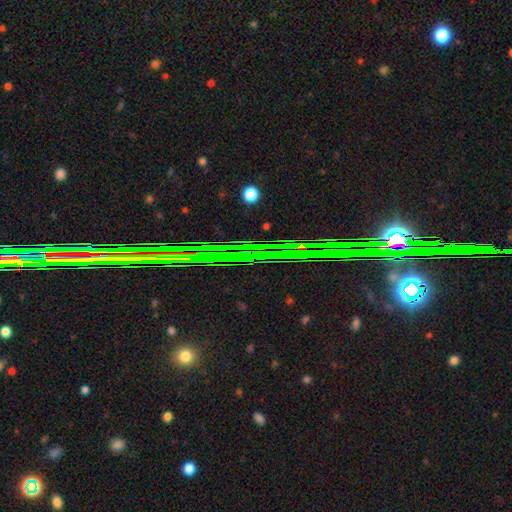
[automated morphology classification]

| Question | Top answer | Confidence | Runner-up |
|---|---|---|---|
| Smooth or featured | star or artifact | 79% | featured or disk (11%) |